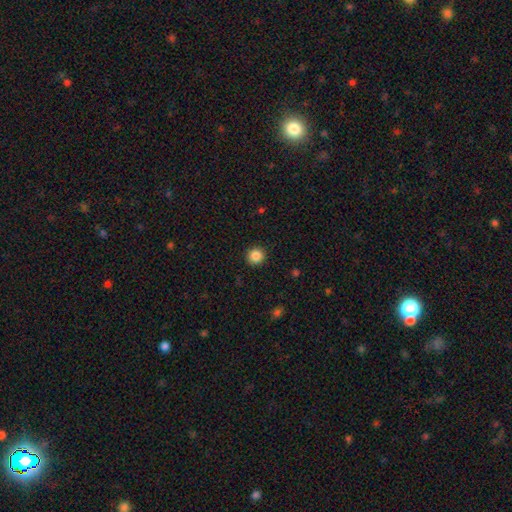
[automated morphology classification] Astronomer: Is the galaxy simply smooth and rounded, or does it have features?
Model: smooth — 86%.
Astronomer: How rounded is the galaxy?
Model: round — 94%.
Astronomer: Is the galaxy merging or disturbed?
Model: none — 93%.